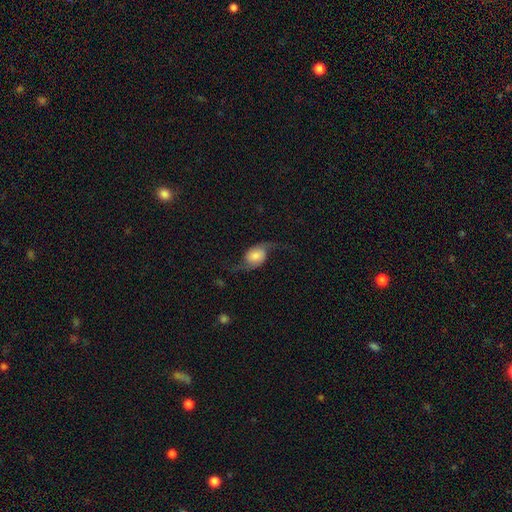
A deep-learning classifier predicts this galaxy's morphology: smooth-or-featured: featured or disk: 69% | smooth: 23% | star or artifact: 8%
  disk-edge-on: no: 95% | yes: 5%
    bar: no: 62% | weak: 28% | strong: 10%
    has-spiral-arms: yes: 94% | no: 6%
      spiral-winding: loose: 87% | medium: 10% | tight: 3%
      spiral-arm-count: 2: 93% | 1: 2% | can't tell: 2% | 3: 1% | 4: 1% | more than 4: 1%
    bulge-size: small: 28% | moderate: 27% | large: 21% | dominant: 16% | none: 9%
  merging: none: 65% | minor disturbance: 17% | major disturbance: 16% | merger: 2%